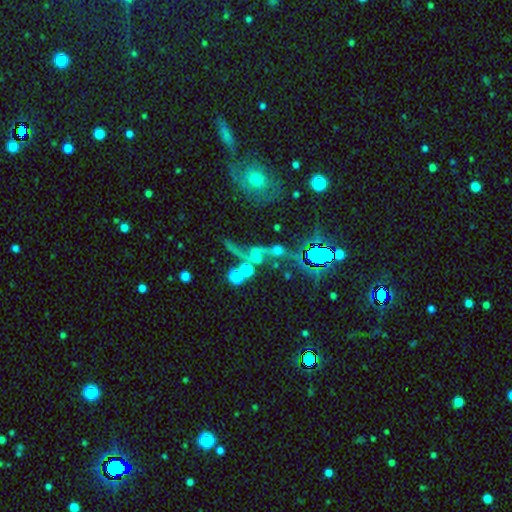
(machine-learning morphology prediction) Overall: featured or disk (53%; star or artifact 25%). Edge-on disk: no (89%). Merging: merger (40%; none 27%).